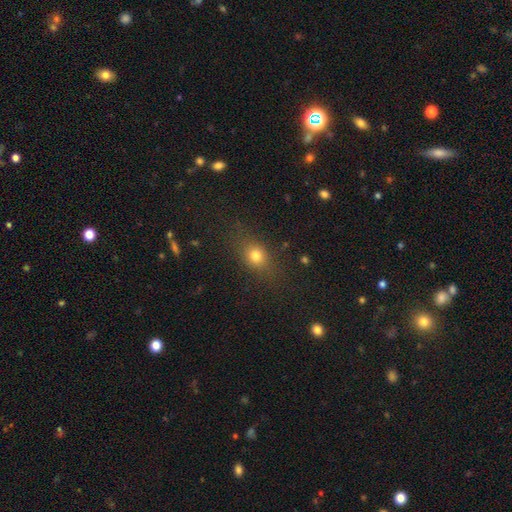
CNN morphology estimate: type=smooth (74%); roundness=round (47%, tied with in between); merging=none (77%).